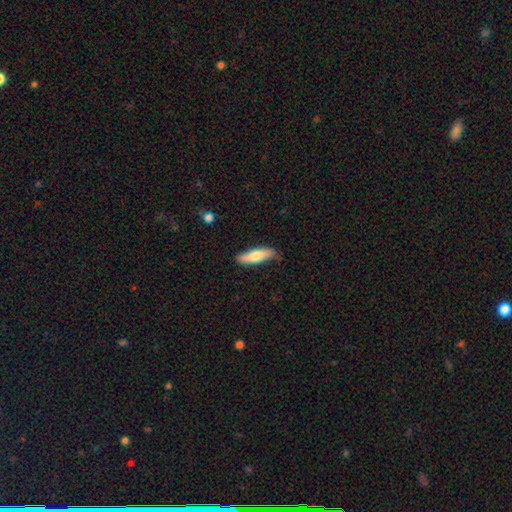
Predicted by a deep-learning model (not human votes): Smooth or featured: smooth — 72% (featured or disk — 23%)
How rounded: cigar-shaped — 63% (in between — 35%)
Merging: none — 79% (minor disturbance — 17%)